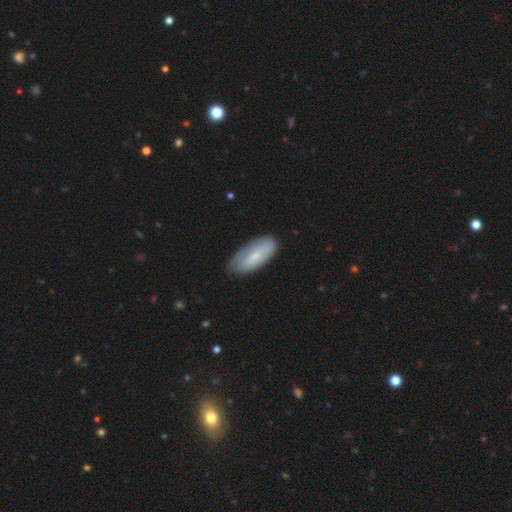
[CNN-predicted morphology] A smooth galaxy with no disk features (67%) that is in between round and cigar-shaped (84%).

Vote fractions:
- Smooth or featured? smooth: 67% / featured or disk: 27% / star or artifact: 6%
- How rounded? in between: 84% / cigar-shaped: 14% / round: 2%
- Merging? none: 76% / minor disturbance: 19% / major disturbance: 4% / merger: 1%